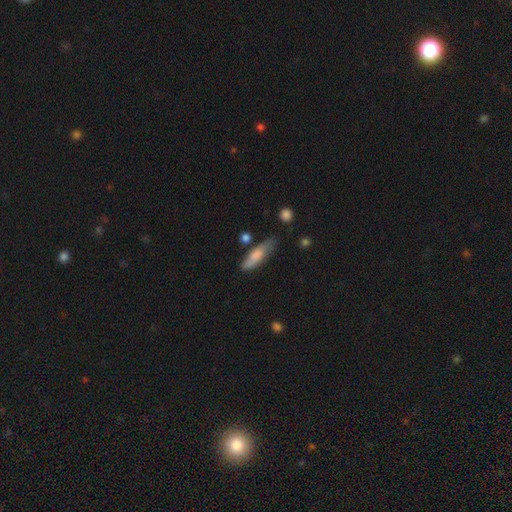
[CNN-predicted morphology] Smooth or featured: smooth — 75% (featured or disk — 18%)
How rounded: cigar-shaped — 56% (in between — 42%)
Merging: none — 62% (minor disturbance — 25%)